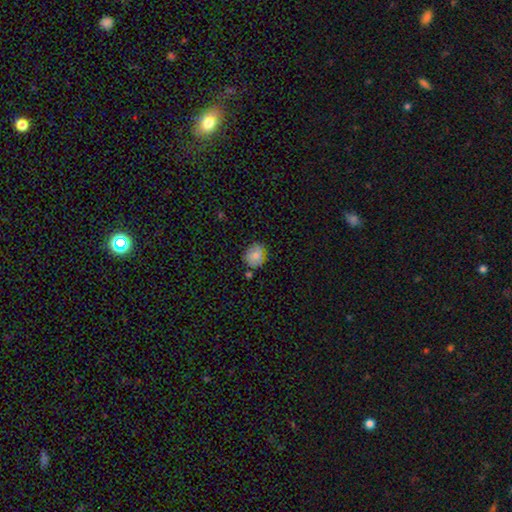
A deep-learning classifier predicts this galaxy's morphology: Smooth or featured: smooth — 76% (featured or disk — 14%)
How rounded: round — 73% (in between — 26%)
Merging: none — 73% (minor disturbance — 18%)